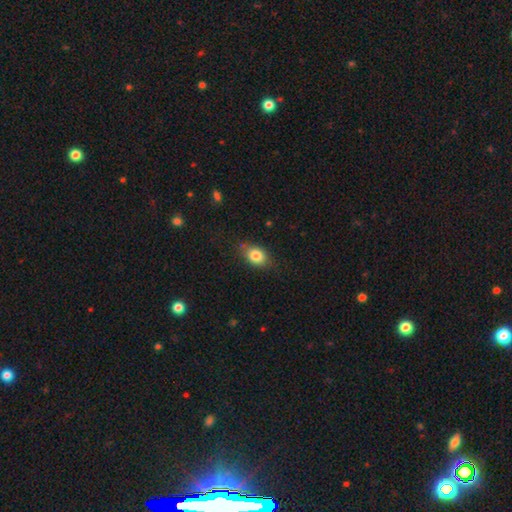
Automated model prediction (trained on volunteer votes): Smooth or featured?
  - smooth: 81% *
  - featured or disk: 10%
  - star or artifact: 9%
How rounded?
  - in between: 68% *
  - round: 30%
  - cigar-shaped: 2%
Merging?
  - none: 75% *
  - minor disturbance: 19%
  - major disturbance: 4%
  - merger: 1%